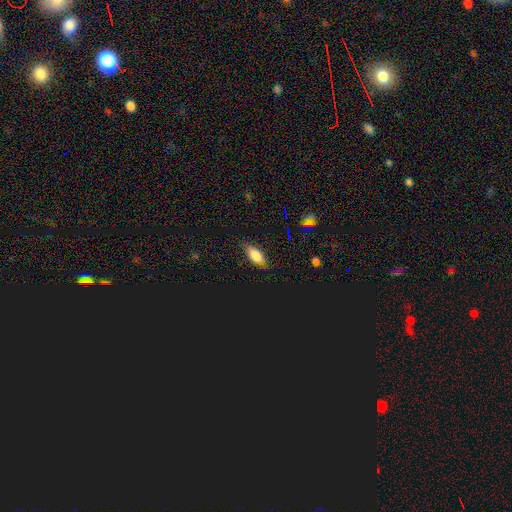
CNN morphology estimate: Smooth or featured: smooth — 75% (featured or disk — 13%)
How rounded: in between — 81% (cigar-shaped — 15%)
Merging: none — 77% (minor disturbance — 18%)